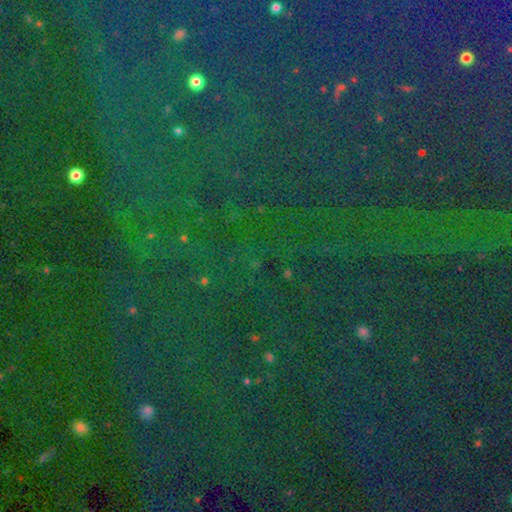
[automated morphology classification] Q: Smooth or featured?
A: star or artifact (81%); runner-up: smooth (12%)